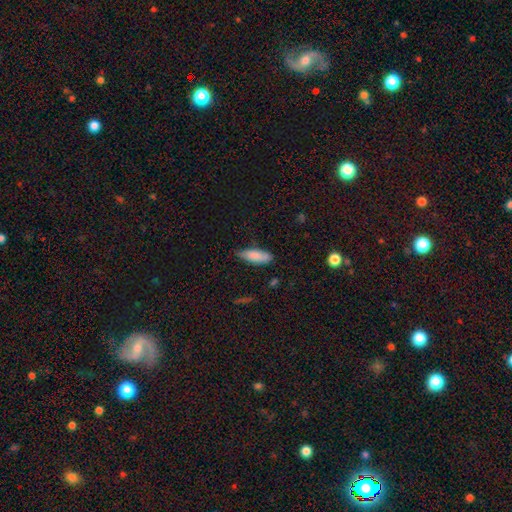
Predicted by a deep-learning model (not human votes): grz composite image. It shows a smooth galaxy with no disk features (82%) that is in between round and cigar-shaped (68%). Merging: none (64%).